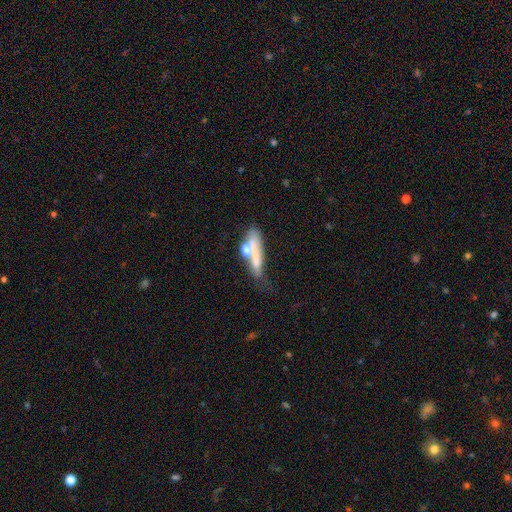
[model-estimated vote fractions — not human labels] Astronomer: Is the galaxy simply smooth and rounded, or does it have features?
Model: smooth — 57% (runner-up: featured or disk, 33%).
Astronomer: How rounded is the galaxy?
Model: cigar-shaped — 52% (runner-up: in between, 40%).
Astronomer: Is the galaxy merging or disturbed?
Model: merger — 35% (runner-up: none, 29%).